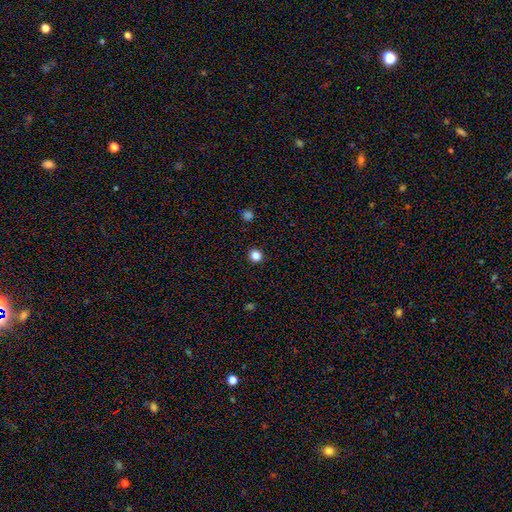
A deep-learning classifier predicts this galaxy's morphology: type=smooth (85%); roundness=round (93%); merging=none (93%).